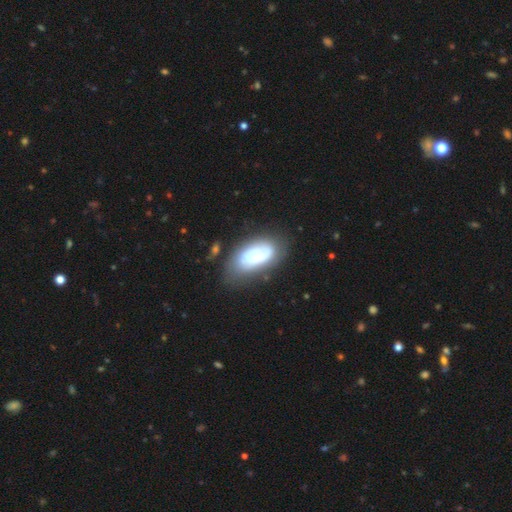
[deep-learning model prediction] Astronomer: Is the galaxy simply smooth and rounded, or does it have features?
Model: smooth — 47% (runner-up: featured or disk, 46%).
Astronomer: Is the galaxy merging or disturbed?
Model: none — 53%.